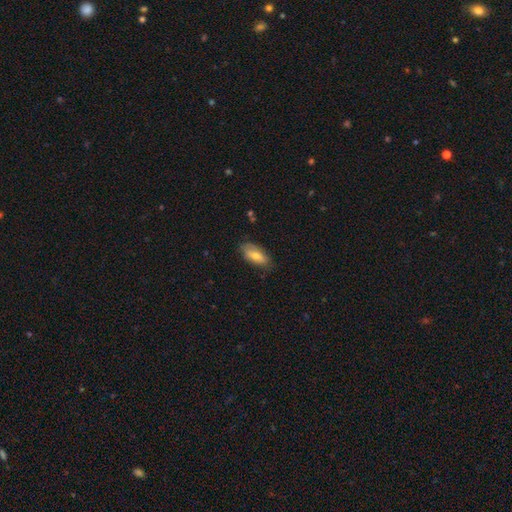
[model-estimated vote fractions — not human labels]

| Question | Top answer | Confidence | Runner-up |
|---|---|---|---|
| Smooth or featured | smooth | 70% | featured or disk (24%) |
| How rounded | in between | 85% | cigar-shaped (13%) |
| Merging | none | 76% | minor disturbance (19%) |